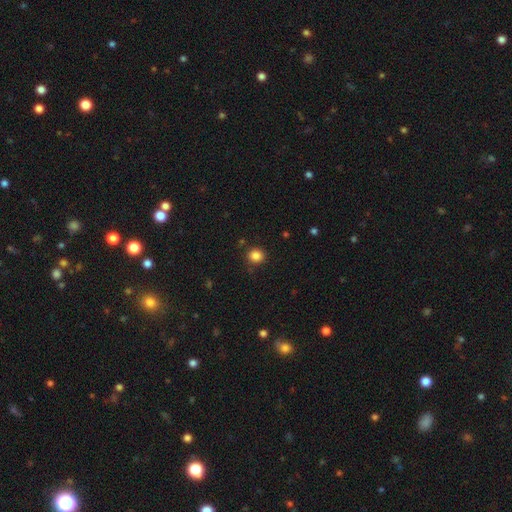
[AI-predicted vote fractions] This is clearly a smooth galaxy (85%). How rounded: clearly round (81%). Merging: clearly none (85%).